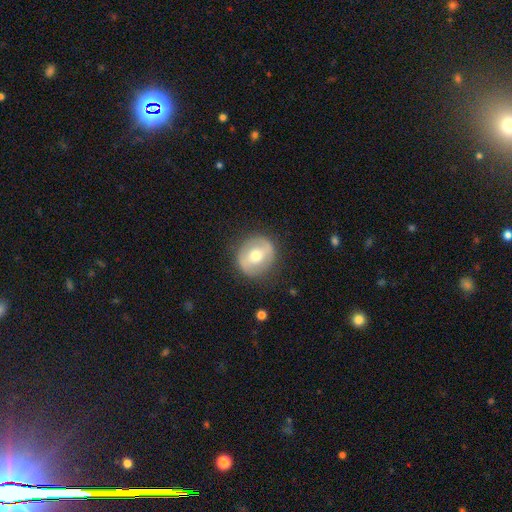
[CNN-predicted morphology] Smooth or featured?
  - featured or disk: 52% *
  - smooth: 41%
  - star or artifact: 6%
Edge-on disk?
  - no: 94% *
  - yes: 6%
Merging?
  - none: 84% *
  - minor disturbance: 11%
  - major disturbance: 4%
  - merger: 1%